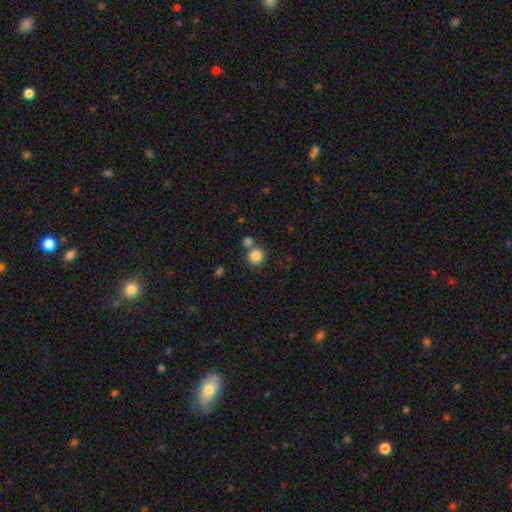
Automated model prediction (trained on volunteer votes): Smooth or featured: smooth — 85% (star or artifact — 10%)
How rounded: round — 87% (in between — 12%)
Merging: none — 65% (merger — 23%)